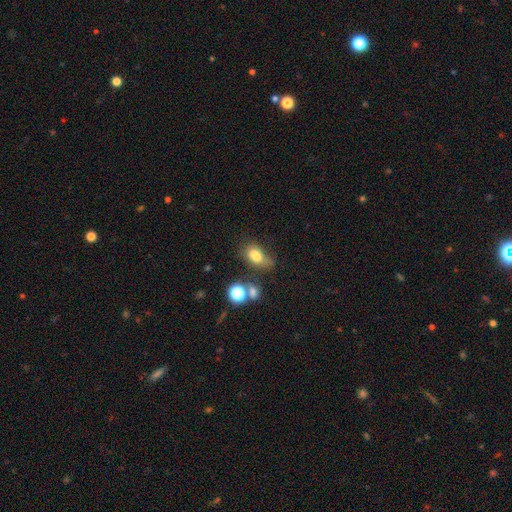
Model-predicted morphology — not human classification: Overall: smooth (70%). How rounded: in between (74%). Merging: none (32%; merger 25%).